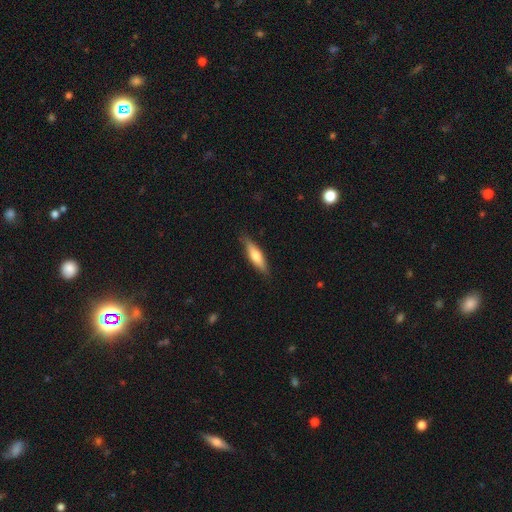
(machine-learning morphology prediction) A smooth galaxy with no disk features (57%) that is cigar-shaped (70%).

Vote fractions:
- Smooth or featured? smooth: 57% / featured or disk: 37% / star or artifact: 6%
- How rounded? cigar-shaped: 70% / in between: 28% / round: 2%
- Merging? none: 86% / minor disturbance: 11% / major disturbance: 2% / merger: 1%